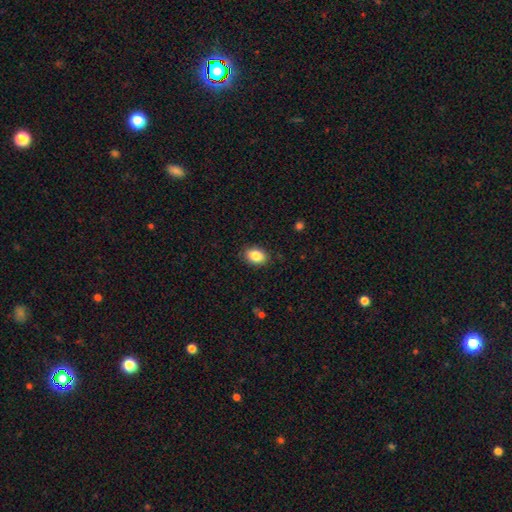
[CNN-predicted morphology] type=smooth (87%); roundness=in between (84%); merging=none (88%).